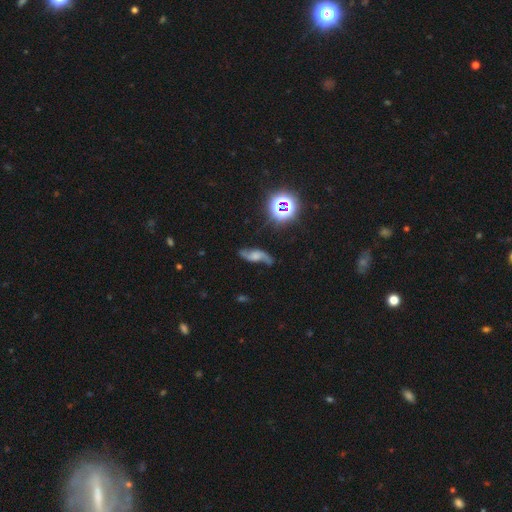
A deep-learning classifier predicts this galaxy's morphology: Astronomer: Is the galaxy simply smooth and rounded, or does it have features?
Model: featured or disk — 68%.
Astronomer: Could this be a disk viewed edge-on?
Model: no — 90%.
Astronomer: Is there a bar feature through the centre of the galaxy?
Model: no — 59%.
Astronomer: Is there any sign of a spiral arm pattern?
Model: yes — 93%.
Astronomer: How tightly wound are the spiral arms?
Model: loose — 77%.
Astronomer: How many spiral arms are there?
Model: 2 — 89%.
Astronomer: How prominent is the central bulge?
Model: none — 35% (runner-up: moderate, 24%).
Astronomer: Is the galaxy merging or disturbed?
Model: none — 63%.